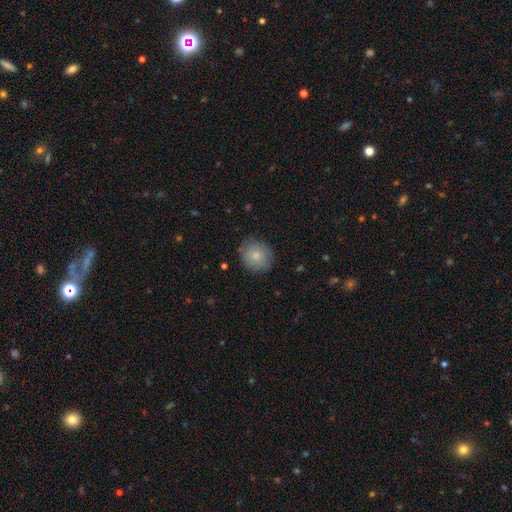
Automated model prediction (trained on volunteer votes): Q: Smooth or featured?
A: smooth (80%); runner-up: featured or disk (13%)
Q: How rounded?
A: round (79%); runner-up: in between (20%)
Q: Merging?
A: none (82%); runner-up: minor disturbance (14%)